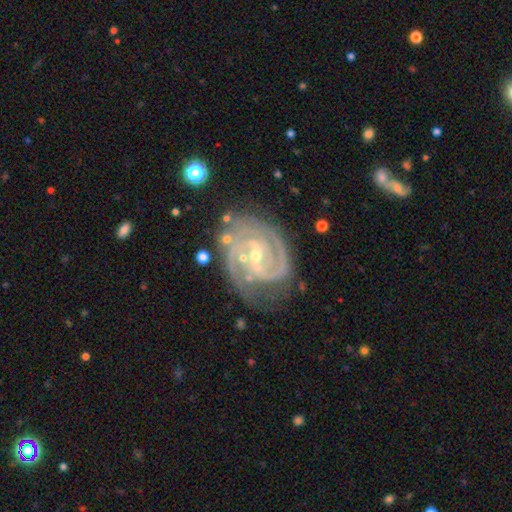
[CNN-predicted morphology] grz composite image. It shows a featured or disk galaxy (92%) with a weak bar (45%), 2 (47%) tight (68%) spiral arms (98%) and a small central bulge (63%). Merging: none (64%).